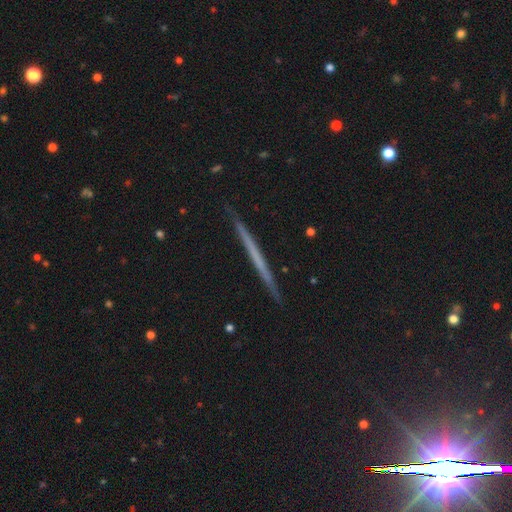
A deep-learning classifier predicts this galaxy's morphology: Smooth or featured: featured or disk — 56% (smooth — 36%)
Edge-on disk: yes — 98% (no — 2%)
Edge-on bulge: none — 92% (rounded — 5%)
Merging: none — 91% (minor disturbance — 6%)